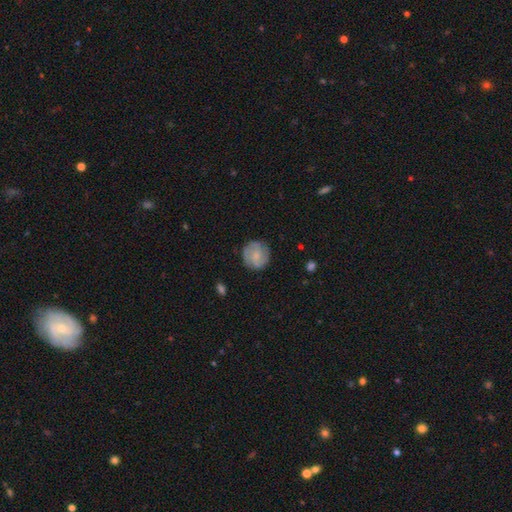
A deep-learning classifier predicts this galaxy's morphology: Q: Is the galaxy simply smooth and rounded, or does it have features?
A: featured or disk — 53%.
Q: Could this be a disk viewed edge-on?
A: no — 98%.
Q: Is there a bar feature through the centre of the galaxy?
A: no — 57%.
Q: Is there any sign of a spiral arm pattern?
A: yes — 88%.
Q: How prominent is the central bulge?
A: small — 61%.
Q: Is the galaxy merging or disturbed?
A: none — 81%.